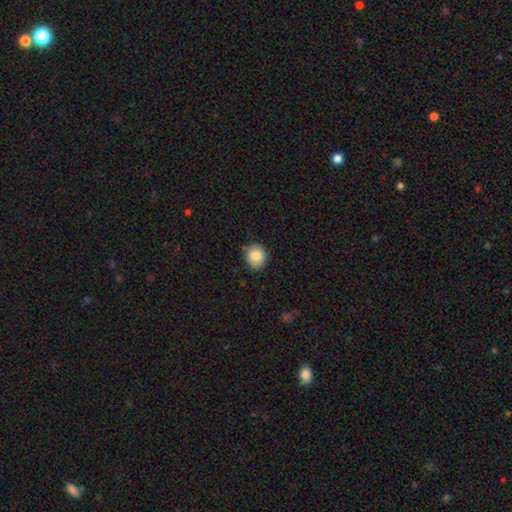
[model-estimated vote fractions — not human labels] The model was most divided on "how rounded": round: 69%, in between: 31%, cigar-shaped: 1%. More confident: smooth or featured — smooth (83%); merging — none (83%).